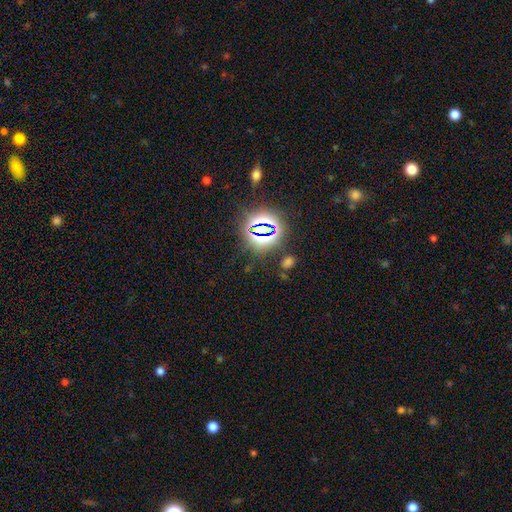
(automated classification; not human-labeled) Smooth or featured: star or artifact — 77% (smooth — 14%)